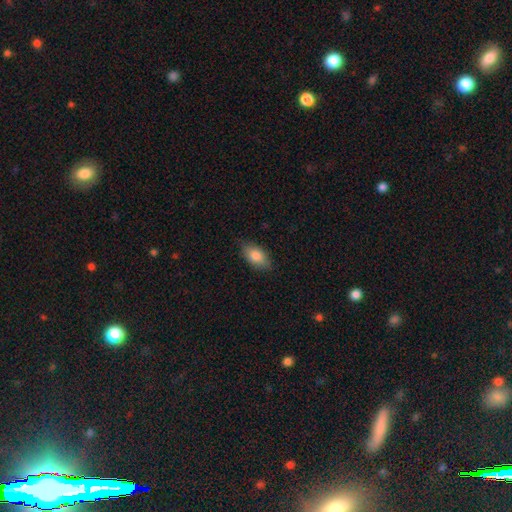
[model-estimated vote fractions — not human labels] Smooth or featured? smooth (83%)
How rounded? in between (92%)
Merging? none (83%)